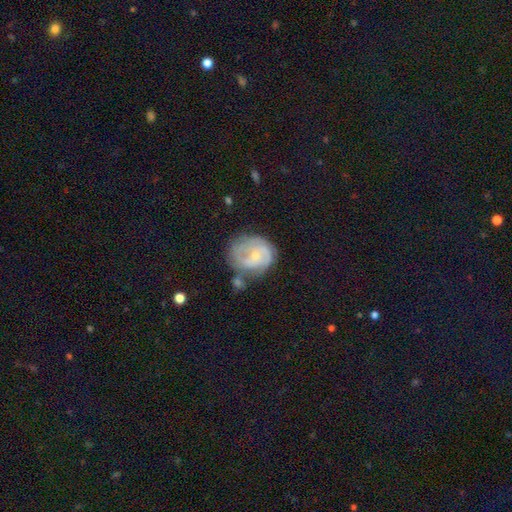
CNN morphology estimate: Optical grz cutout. It shows a featured or disk galaxy (67%) with no bar (69%), tight (53%) spiral arms (81%) and a small central bulge (67%). Merging: none (45%).